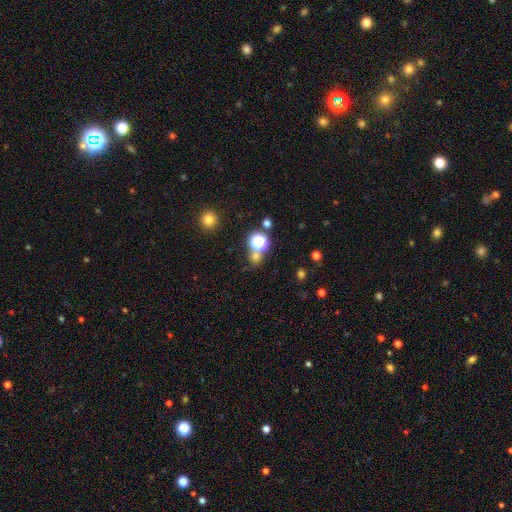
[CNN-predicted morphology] This is possibly a smooth galaxy (58%). How rounded: likely round (80%). Merging: likely none (63%).